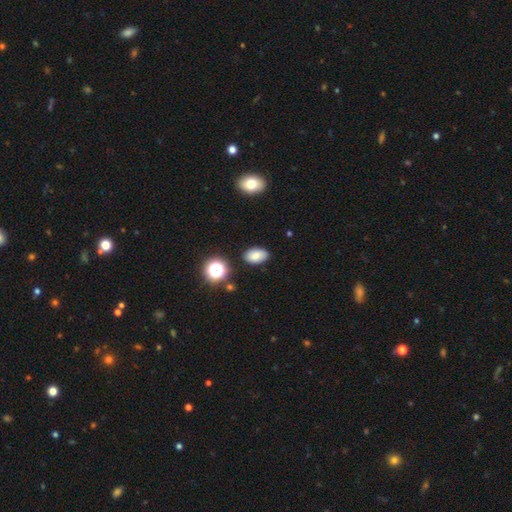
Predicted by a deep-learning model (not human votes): Smooth or featured?
  - smooth: 80% *
  - star or artifact: 12%
  - featured or disk: 9%
How rounded?
  - in between: 90% *
  - round: 8%
  - cigar-shaped: 1%
Merging?
  - none: 85% *
  - minor disturbance: 10%
  - major disturbance: 2%
  - merger: 2%